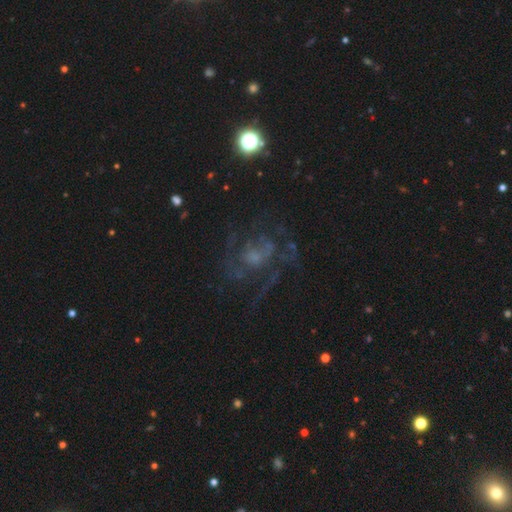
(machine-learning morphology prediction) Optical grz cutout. It shows a featured or disk galaxy (68%) with no bar (75%), spiral arms (71%) and a small central bulge (39%). Merging: none (56%).